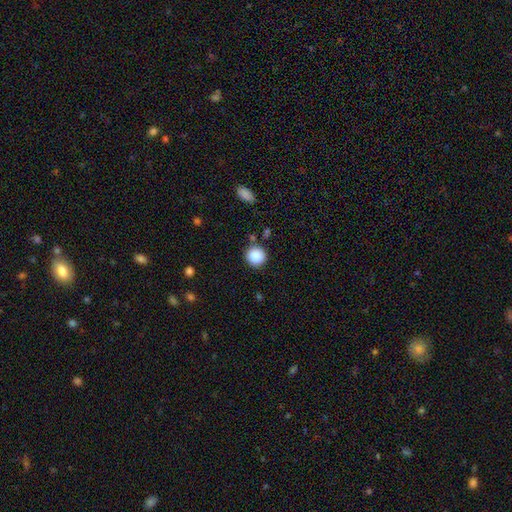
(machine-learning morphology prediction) Overall: smooth (88%). How rounded: round (93%). Merging: none (85%).